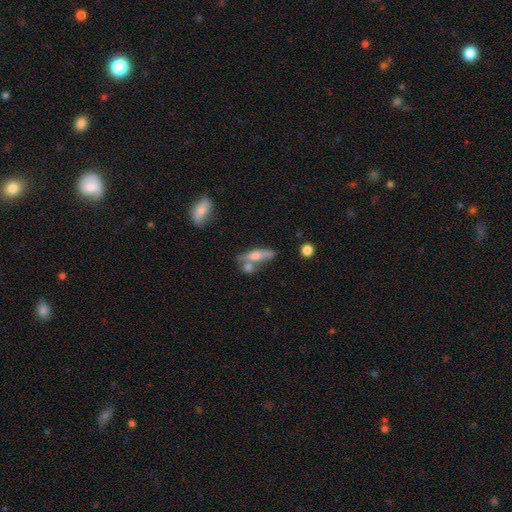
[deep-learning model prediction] Smooth or featured? smooth (48%)
Merging? none (51%)